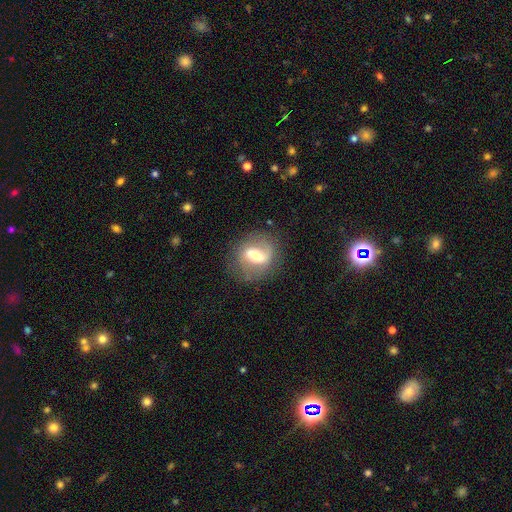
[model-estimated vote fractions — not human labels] featured or disk 64%, smooth 28%, star or artifact 8%. Down the decision tree: edge-on disk — no (94%); bar — strong (43%); spiral arms — yes (75%); bulge size — moderate (56%); merging — none (71%).